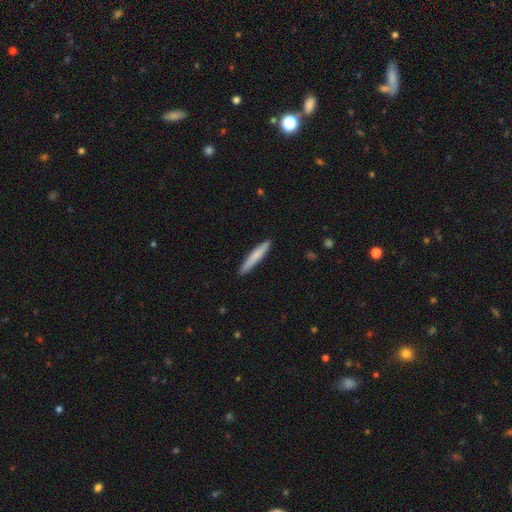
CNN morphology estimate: type=smooth (75%); roundness=cigar-shaped (94%); merging=none (90%).